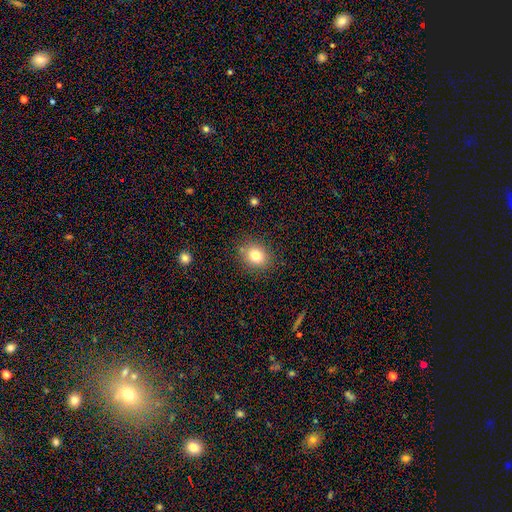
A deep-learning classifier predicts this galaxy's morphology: smooth_or_featured: smooth (p=0.80) [alt: star or artifact p=0.11]
how_rounded: round (p=0.62) [alt: in between p=0.37]
merging: none (p=0.83) [alt: minor disturbance p=0.11]